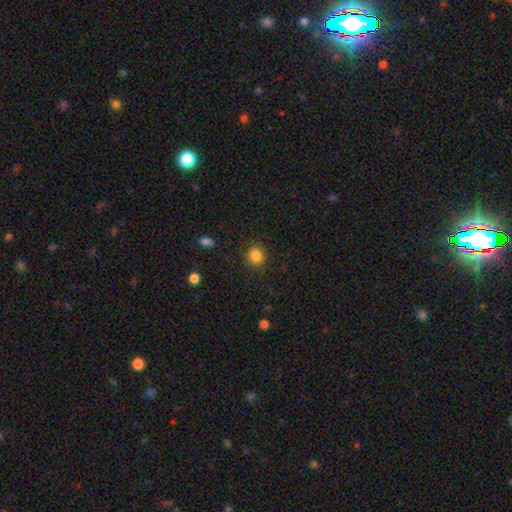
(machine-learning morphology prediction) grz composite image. It shows a smooth galaxy with no disk features (84%) that is round (86%). Merging: none (88%).